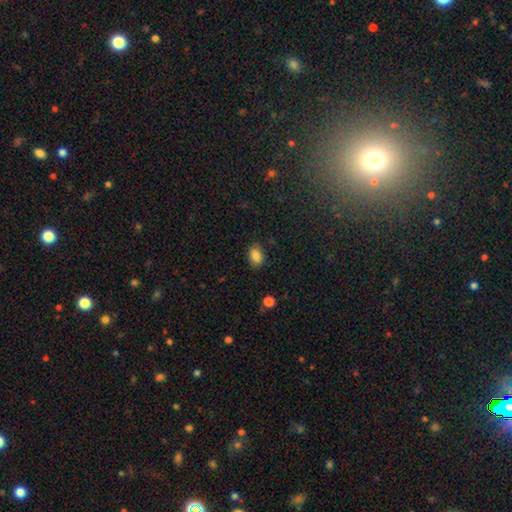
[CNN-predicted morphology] Smooth or featured?
  - smooth: 85% *
  - star or artifact: 9%
  - featured or disk: 6%
How rounded?
  - in between: 87% *
  - round: 11%
  - cigar-shaped: 2%
Merging?
  - none: 83% *
  - minor disturbance: 13%
  - major disturbance: 3%
  - merger: 1%